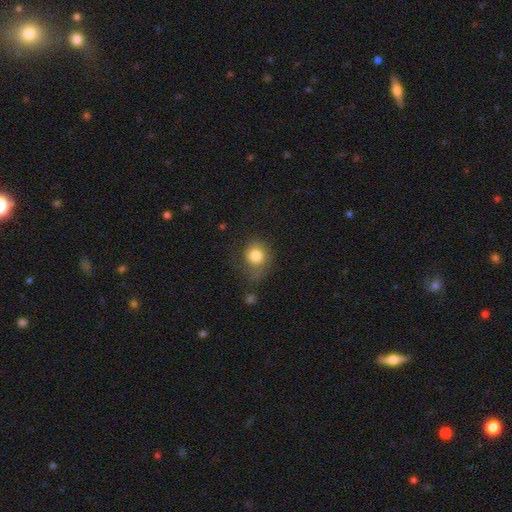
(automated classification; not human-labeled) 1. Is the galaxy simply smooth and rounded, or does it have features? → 80% smooth, 10% featured or disk, 10% star or artifact.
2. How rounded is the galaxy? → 76% round, 23% in between, 1% cigar-shaped.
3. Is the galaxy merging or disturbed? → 54% none, 26% minor disturbance, 16% major disturbance, 4% merger.